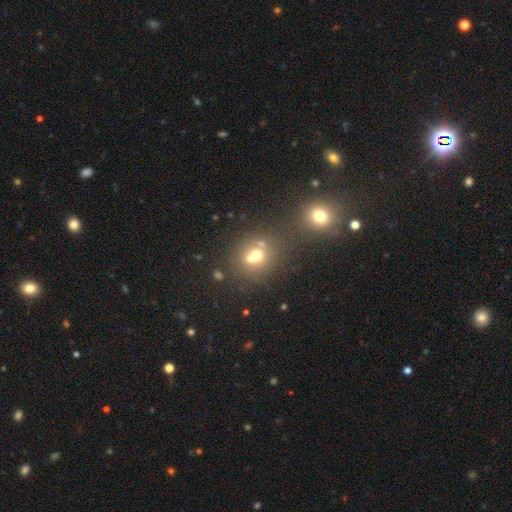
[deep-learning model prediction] Overall: smooth (62%). How rounded: round (76%). Merging: merger (46%; none 41%).